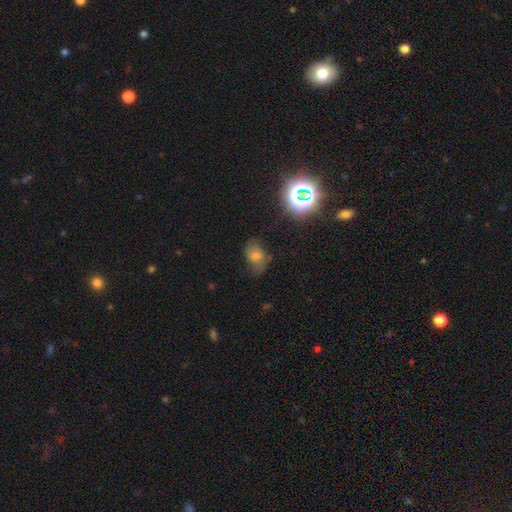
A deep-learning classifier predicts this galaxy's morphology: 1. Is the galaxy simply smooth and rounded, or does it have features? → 52% smooth, 25% featured or disk, 23% star or artifact.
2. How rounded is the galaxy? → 71% in between, 28% round, 1% cigar-shaped.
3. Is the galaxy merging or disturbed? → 54% none, 29% minor disturbance, 15% major disturbance, 2% merger.